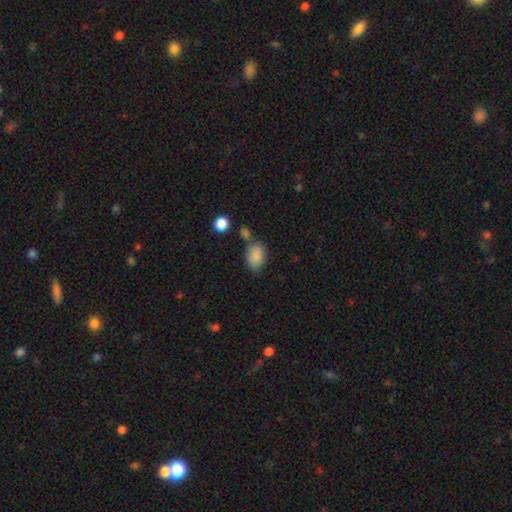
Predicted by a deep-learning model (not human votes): smooth 86%, star or artifact 9%, featured or disk 5%. Down the decision tree: how rounded — in between (85%); merging — none (57%).